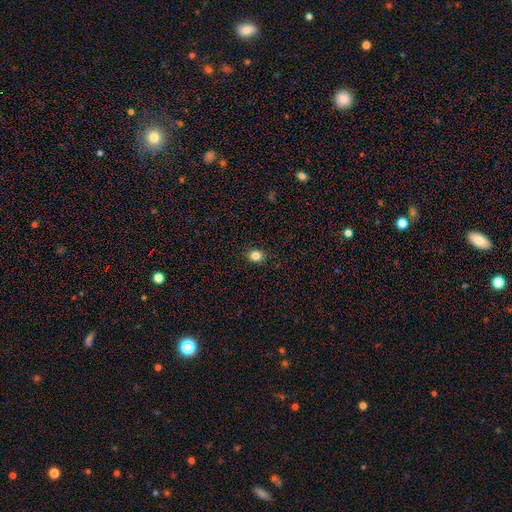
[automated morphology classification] Q: Smooth or featured?
A: smooth (83%); runner-up: star or artifact (12%)
Q: How rounded?
A: round (71%); runner-up: in between (28%)
Q: Merging?
A: none (90%); runner-up: minor disturbance (7%)